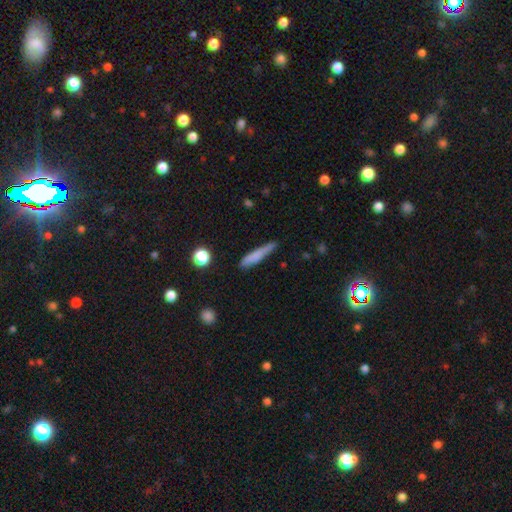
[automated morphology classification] Overall: smooth (74%). How rounded: cigar-shaped (90%). Merging: none (72%).